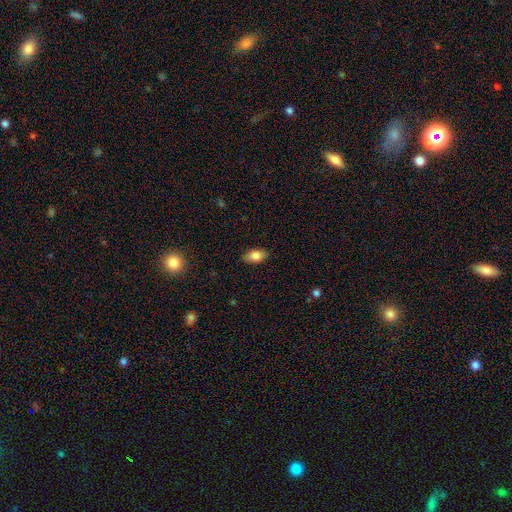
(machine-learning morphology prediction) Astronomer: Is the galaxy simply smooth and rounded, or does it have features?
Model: smooth — 81%.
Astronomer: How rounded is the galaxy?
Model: in between — 90%.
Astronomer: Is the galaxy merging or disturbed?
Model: none — 86%.